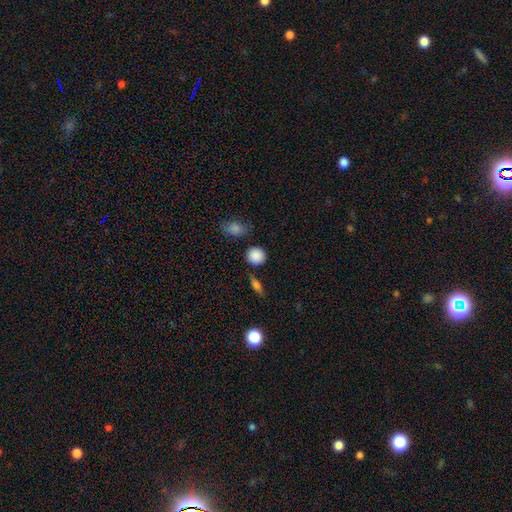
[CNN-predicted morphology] type=smooth (86%); roundness=round (88%); merging=none (83%).